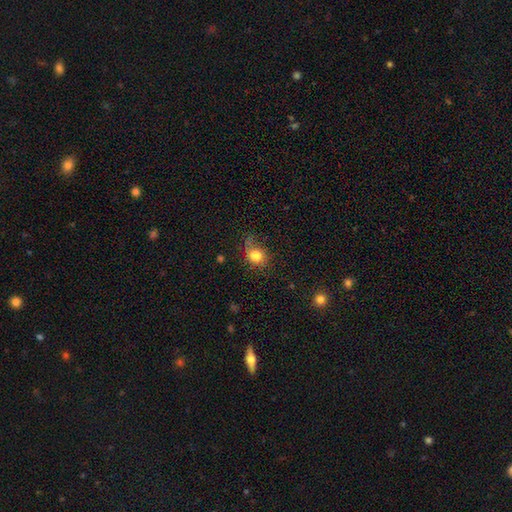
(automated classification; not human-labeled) smooth_or_featured: smooth (p=0.80) [alt: star or artifact p=0.11]
how_rounded: round (p=0.69) [alt: in between p=0.30]
merging: none (p=0.59) [alt: minor disturbance p=0.26]